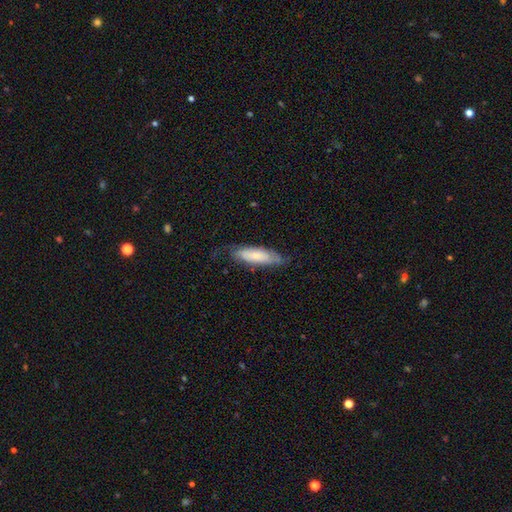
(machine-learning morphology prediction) The model was most divided on "how rounded": cigar-shaped: 51%, in between: 47%, round: 2%. More confident: merging — none (64%); smooth or featured — smooth (58%).